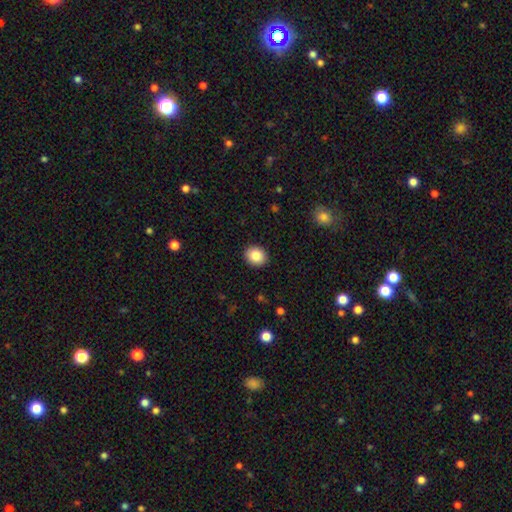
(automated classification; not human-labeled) smooth-or-featured: smooth: 85% | star or artifact: 8% | featured or disk: 6%
  how-rounded: round: 65% | in between: 34% | cigar-shaped: 1%
  merging: none: 91% | minor disturbance: 6% | major disturbance: 2% | merger: 1%